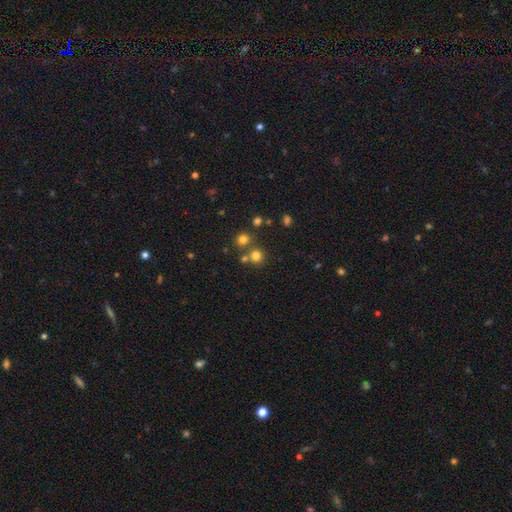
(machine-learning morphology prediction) Smooth or featured?
  - smooth: 74% *
  - star or artifact: 19%
  - featured or disk: 8%
How rounded?
  - round: 90% *
  - in between: 9%
  - cigar-shaped: 1%
Merging?
  - none: 67% *
  - merger: 23%
  - minor disturbance: 7%
  - major disturbance: 3%